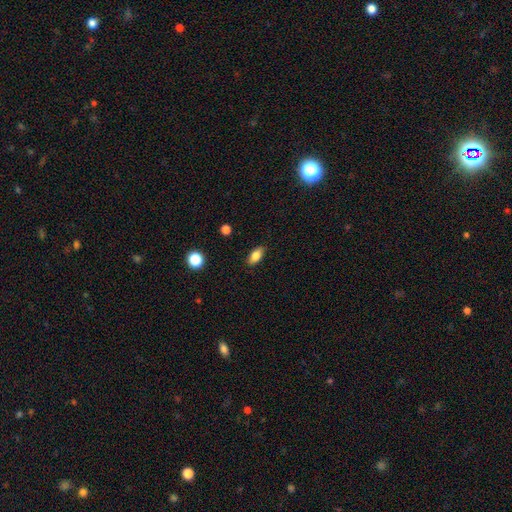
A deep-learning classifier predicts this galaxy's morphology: The model was most divided on "smooth or featured": smooth: 79%, featured or disk: 13%, star or artifact: 8%. More confident: how rounded — in between (87%); merging — none (85%).